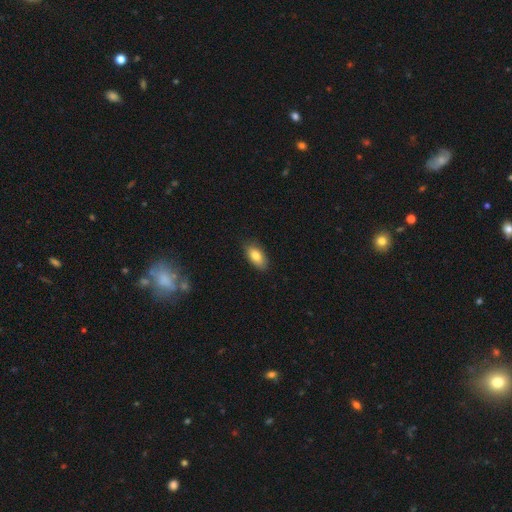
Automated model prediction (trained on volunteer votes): Smooth or featured? Predicted: smooth (p=0.82). How rounded? Predicted: in between (p=0.91). Merging? Predicted: none (p=0.84).